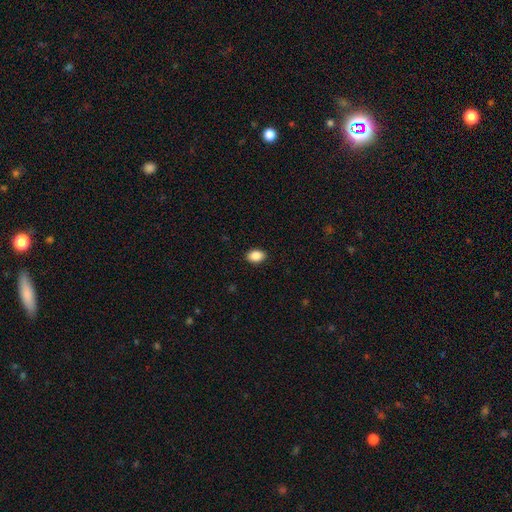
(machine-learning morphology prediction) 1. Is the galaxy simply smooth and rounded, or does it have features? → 88% smooth, 8% star or artifact, 4% featured or disk.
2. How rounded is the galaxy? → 84% in between, 14% round, 1% cigar-shaped.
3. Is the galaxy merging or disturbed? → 90% none, 8% minor disturbance, 2% major disturbance, 1% merger.